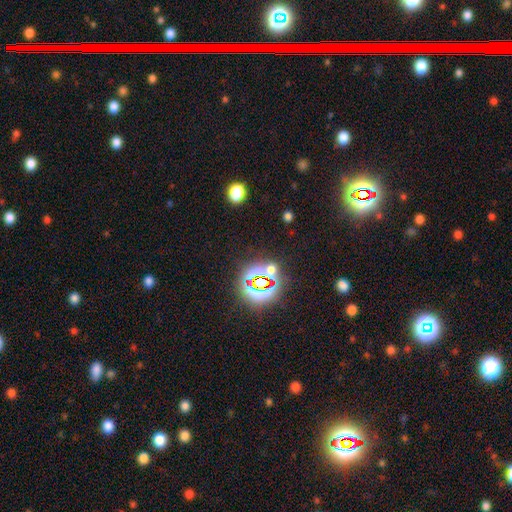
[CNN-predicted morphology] Smooth or featured? star or artifact (78%)